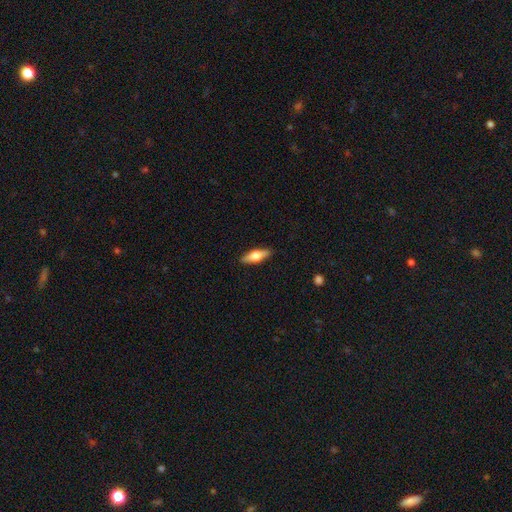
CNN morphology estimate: smooth_or_featured: smooth (p=0.47) [tied with: featured or disk p=0.47]
merging: none (p=0.89) [alt: minor disturbance p=0.08]